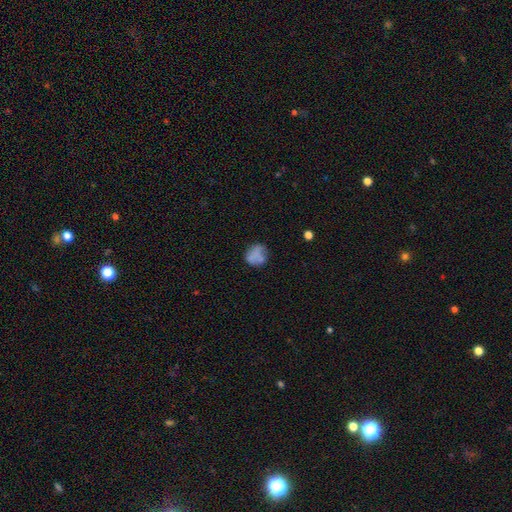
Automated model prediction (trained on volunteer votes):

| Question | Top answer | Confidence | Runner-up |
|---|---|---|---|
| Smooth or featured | smooth | 69% | featured or disk (21%) |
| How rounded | round | 71% | in between (28%) |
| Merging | none | 56% | minor disturbance (25%) |